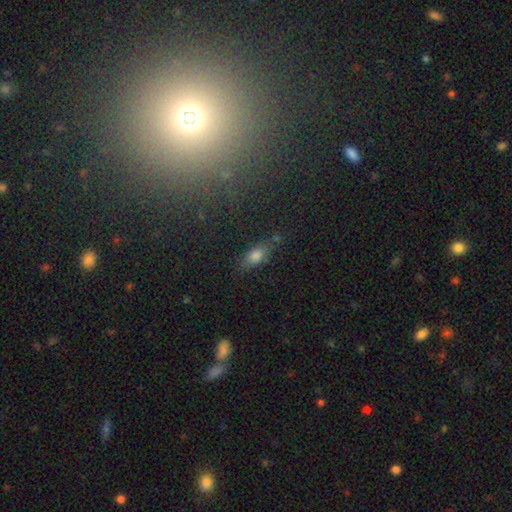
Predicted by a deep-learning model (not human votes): smooth-or-featured: smooth: 73% | featured or disk: 14% | star or artifact: 13%
  how-rounded: in between: 75% | cigar-shaped: 18% | round: 6%
  merging: none: 71% | minor disturbance: 18% | major disturbance: 6% | merger: 5%